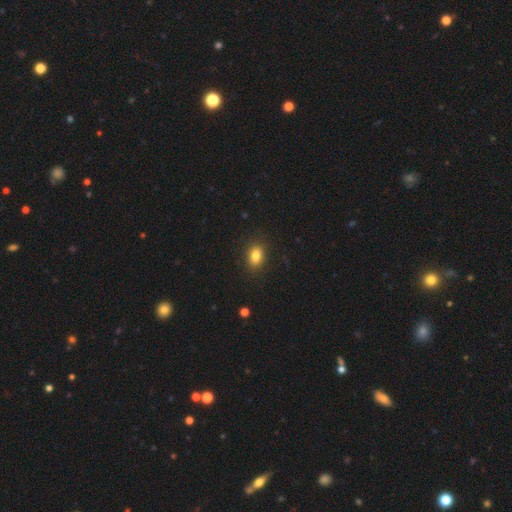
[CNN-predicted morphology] smooth_or_featured: smooth (p=0.84) [alt: star or artifact p=0.10]
how_rounded: in between (p=0.74) [alt: round p=0.24]
merging: none (p=0.87) [alt: minor disturbance p=0.09]